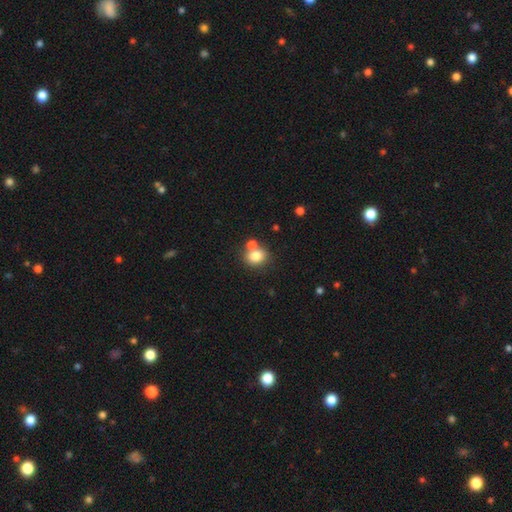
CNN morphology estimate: A smooth galaxy with no disk features (80%) that is round (65%).

Vote fractions:
- Smooth or featured? smooth: 80% / star or artifact: 11% / featured or disk: 10%
- How rounded? round: 65% / in between: 34% / cigar-shaped: 1%
- Merging? none: 56% / merger: 31% / minor disturbance: 10% / major disturbance: 4%